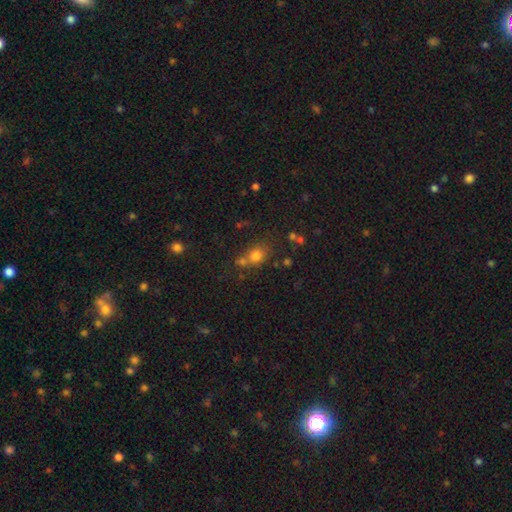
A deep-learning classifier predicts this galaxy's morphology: This is likely a smooth galaxy (74%). How rounded: possibly round (60%). Merging: possibly none (55%).